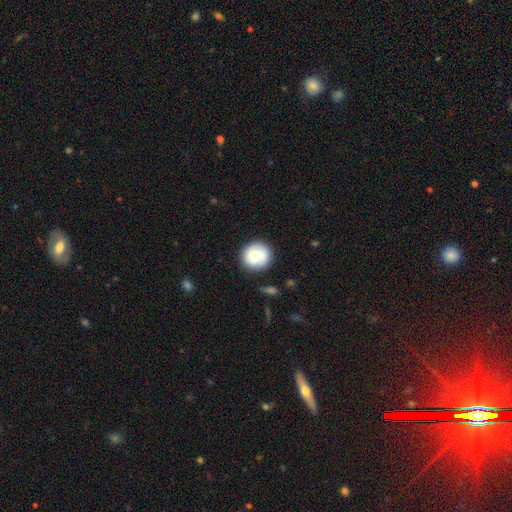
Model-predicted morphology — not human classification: A smooth galaxy with no disk features (73%) that is round (92%).

Vote fractions:
- Smooth or featured? smooth: 73% / featured or disk: 19% / star or artifact: 8%
- How rounded? round: 92% / in between: 8% / cigar-shaped: 1%
- Merging? none: 82% / minor disturbance: 13% / major disturbance: 3% / merger: 2%